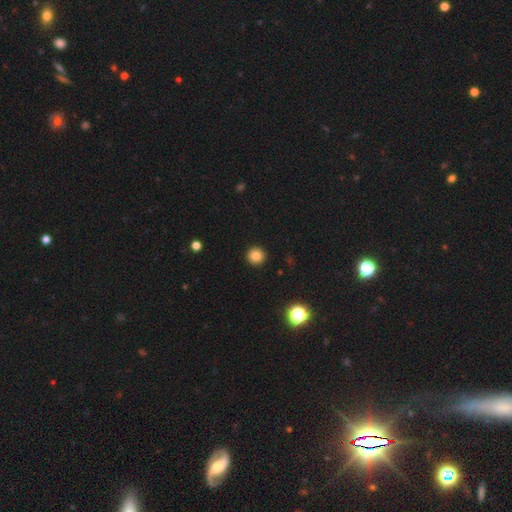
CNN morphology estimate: Smooth or featured?
  - smooth: 82% *
  - star or artifact: 12%
  - featured or disk: 6%
How rounded?
  - round: 95% *
  - in between: 4%
  - cigar-shaped: 1%
Merging?
  - none: 93% *
  - minor disturbance: 4%
  - major disturbance: 2%
  - merger: 1%